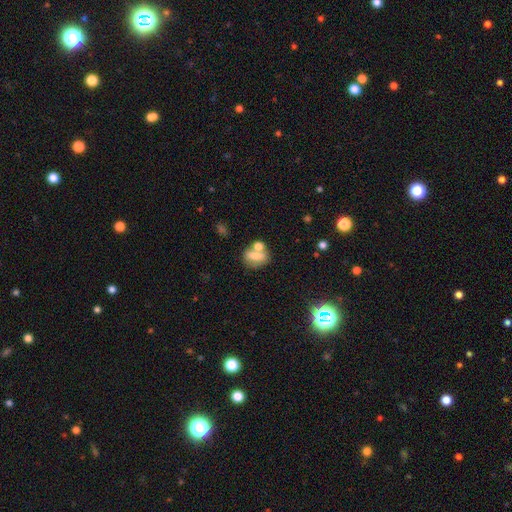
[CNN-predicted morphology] This is likely a smooth galaxy (70%). How rounded: likely in between (61%). Merging: possibly none (48%).